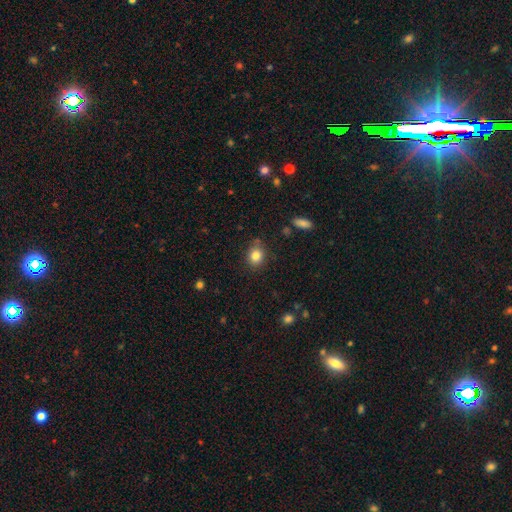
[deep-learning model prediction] This is clearly a smooth galaxy (83%). How rounded: likely round (61%). Merging: likely none (80%).